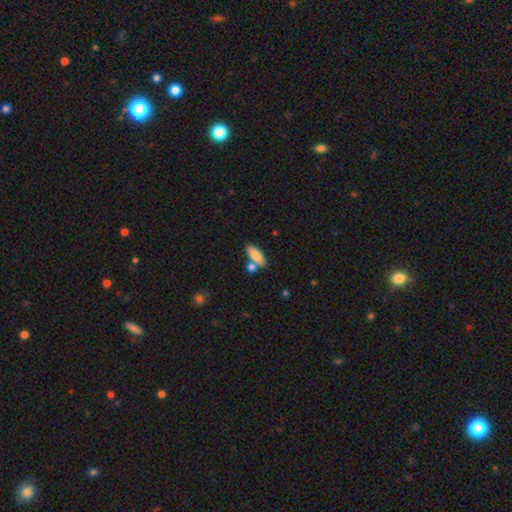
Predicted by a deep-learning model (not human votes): Overall: smooth (82%). How rounded: in between (64%; cigar-shaped 34%). Merging: none (67%).